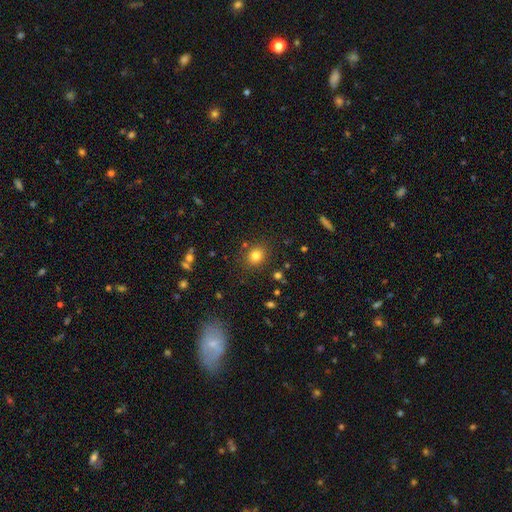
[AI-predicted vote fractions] This appears to be a smooth galaxy with no disk features (80%) that is round (71%). Merging: none (85%).